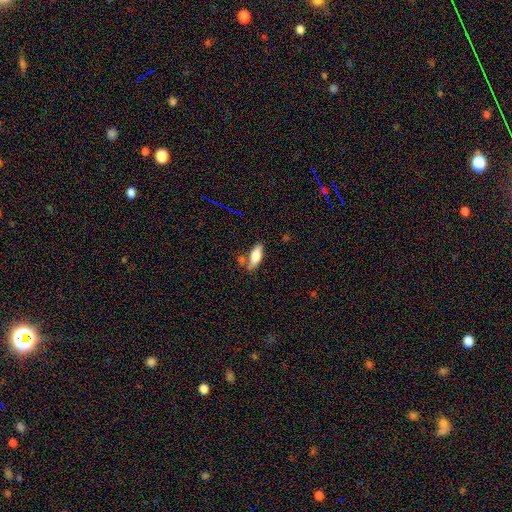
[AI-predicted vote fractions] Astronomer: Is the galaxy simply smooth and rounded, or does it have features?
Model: smooth — 75%.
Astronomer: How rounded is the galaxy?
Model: in between — 72%.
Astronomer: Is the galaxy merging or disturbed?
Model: none — 62%.